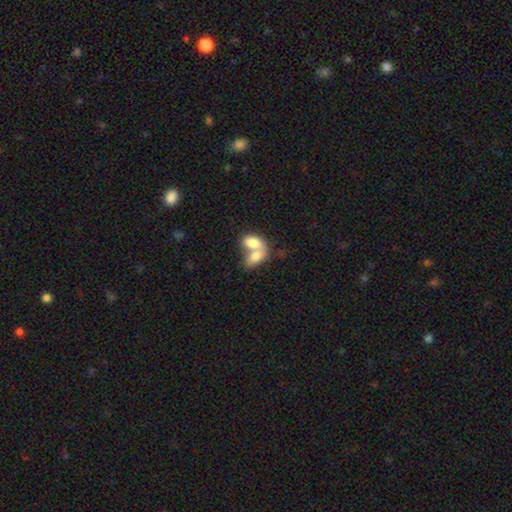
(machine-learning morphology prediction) Smooth or featured?
  - smooth: 75% *
  - featured or disk: 19%
  - star or artifact: 6%
How rounded?
  - in between: 88% *
  - round: 9%
  - cigar-shaped: 3%
Merging?
  - merger: 78% *
  - none: 13%
  - minor disturbance: 5%
  - major disturbance: 4%